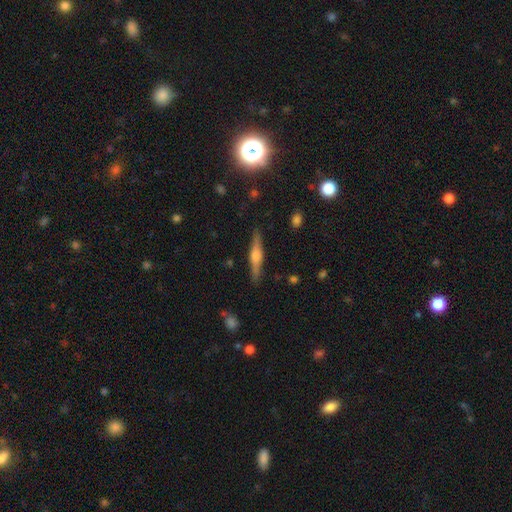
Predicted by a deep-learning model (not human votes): Q: Smooth or featured?
A: featured or disk (70%); runner-up: smooth (22%)
Q: Edge-on disk?
A: yes (98%); runner-up: no (2%)
Q: Edge-on bulge?
A: rounded (79%); runner-up: boxy (16%)
Q: Merging?
A: none (89%); runner-up: minor disturbance (8%)